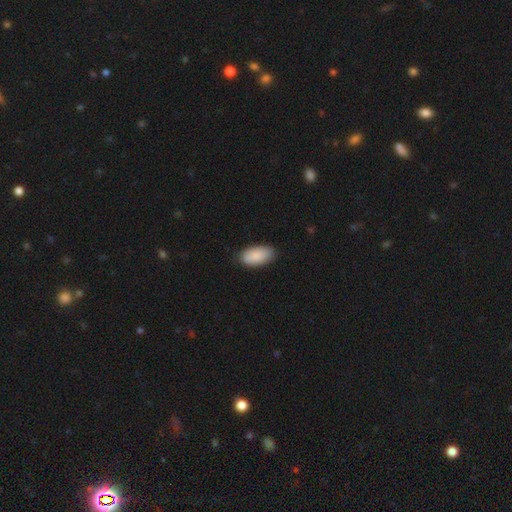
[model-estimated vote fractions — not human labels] Overall: smooth (89%). How rounded: in between (94%). Merging: none (85%).